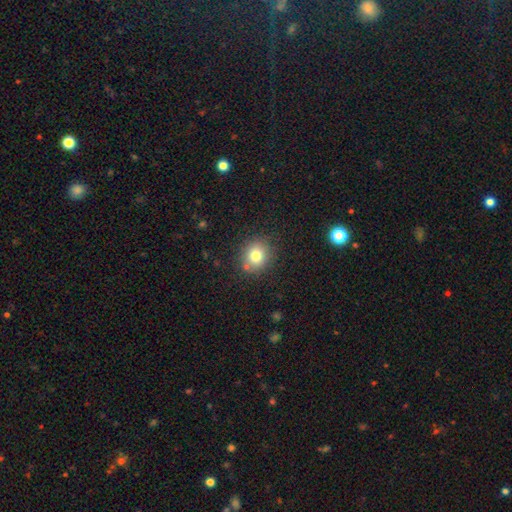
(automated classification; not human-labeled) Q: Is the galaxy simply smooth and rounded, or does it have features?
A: smooth — 77%.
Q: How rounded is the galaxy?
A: round — 83%.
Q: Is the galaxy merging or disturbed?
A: none — 83%.